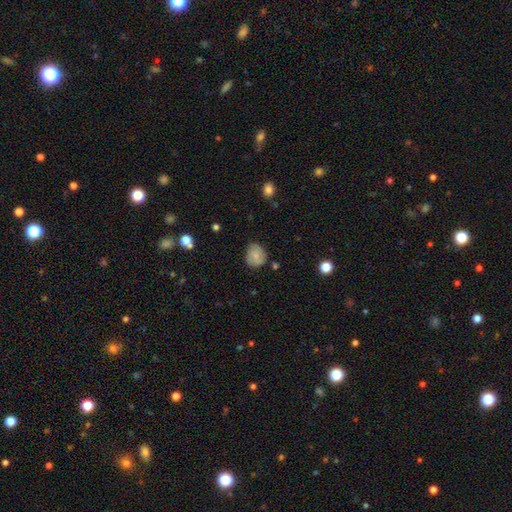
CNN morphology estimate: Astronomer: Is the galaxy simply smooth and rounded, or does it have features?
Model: smooth — 67%.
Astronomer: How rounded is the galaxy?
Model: round — 73%.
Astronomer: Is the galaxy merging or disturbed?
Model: none — 71%.